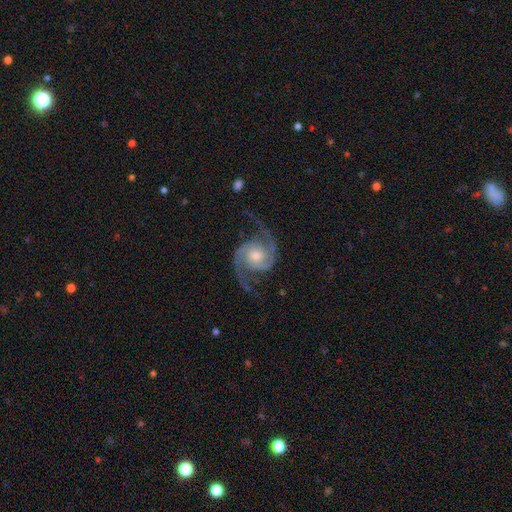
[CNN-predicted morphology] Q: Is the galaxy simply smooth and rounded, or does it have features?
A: featured or disk — 93%.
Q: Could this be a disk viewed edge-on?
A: no — 98%.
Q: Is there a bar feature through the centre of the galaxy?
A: no — 64%.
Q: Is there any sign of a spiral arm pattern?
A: yes — 99%.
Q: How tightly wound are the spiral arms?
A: medium — 55%.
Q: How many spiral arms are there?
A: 2 — 95%.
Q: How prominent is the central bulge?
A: moderate — 58%.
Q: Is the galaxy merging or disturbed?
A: none — 78%.